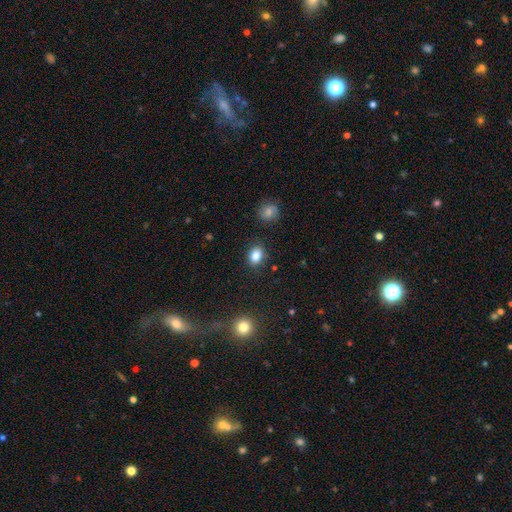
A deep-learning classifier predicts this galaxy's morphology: Smooth or featured? smooth (85%)
How rounded? in between (68%)
Merging? none (84%)